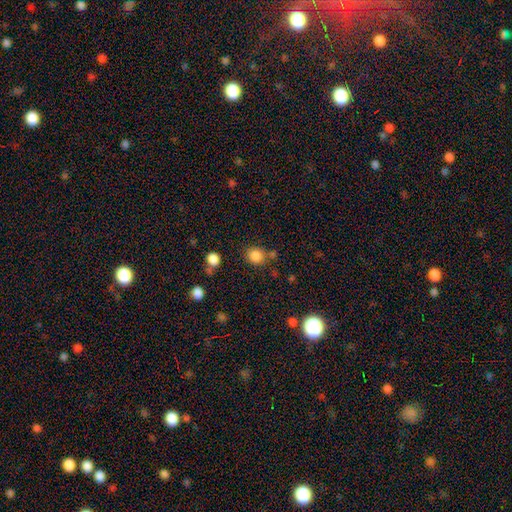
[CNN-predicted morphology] type=smooth (85%); roundness=round (77%); merging=none (75%).